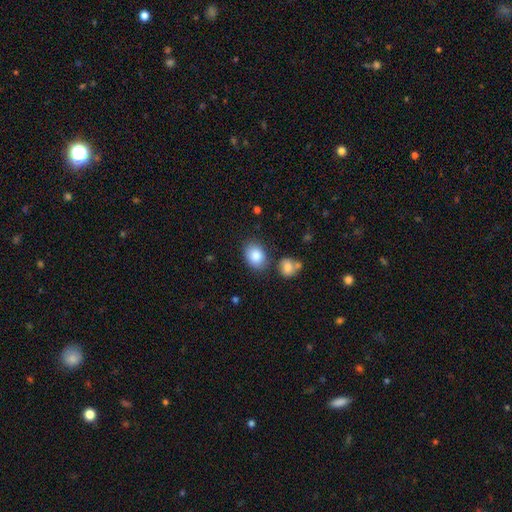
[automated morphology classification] Smooth or featured? smooth (86%)
How rounded? in between (72%)
Merging? none (75%)